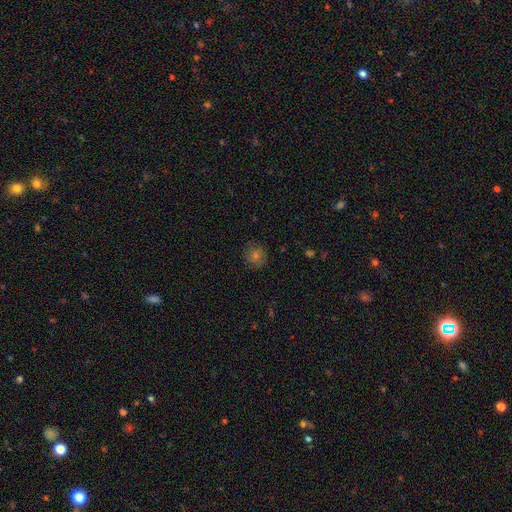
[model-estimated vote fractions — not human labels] Morphology: type=smooth (65%); roundness=round (91%); merging=none (86%).